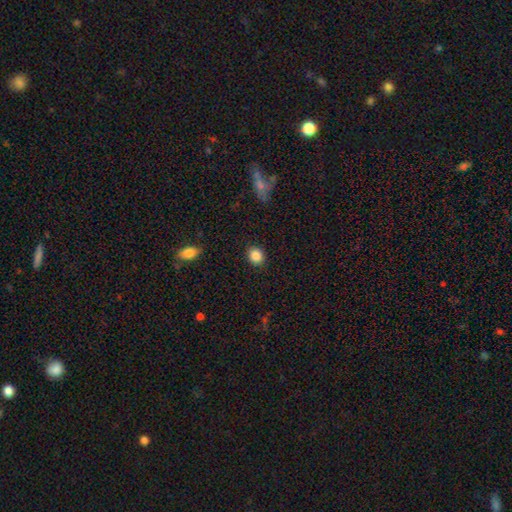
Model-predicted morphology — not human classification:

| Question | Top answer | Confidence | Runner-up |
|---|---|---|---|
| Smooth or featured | smooth | 87% | star or artifact (9%) |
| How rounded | round | 69% | in between (30%) |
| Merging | none | 89% | minor disturbance (7%) |